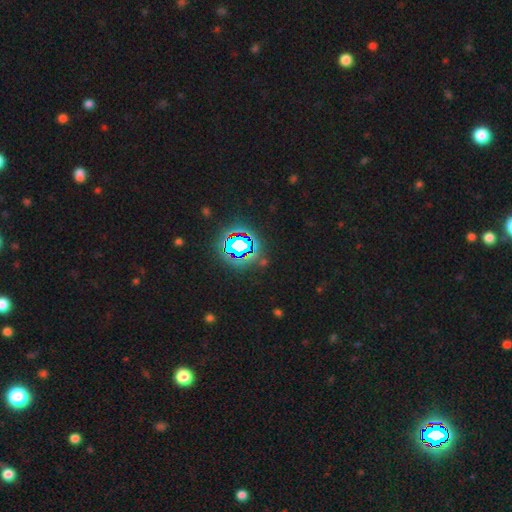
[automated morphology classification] Smooth or featured: star or artifact — 78% (smooth — 14%)